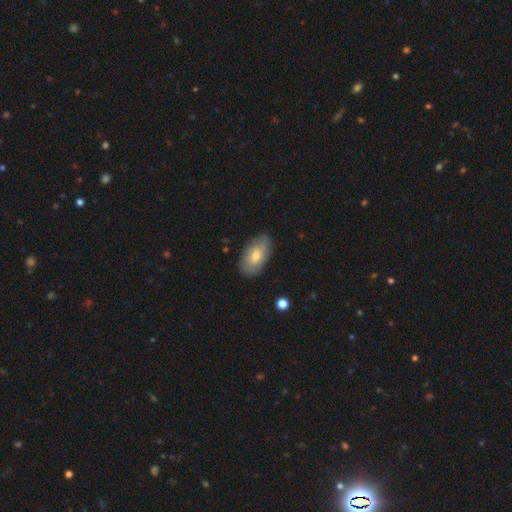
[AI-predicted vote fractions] Smooth or featured: smooth — 61% (featured or disk — 32%)
How rounded: in between — 93% (round — 4%)
Merging: none — 79% (minor disturbance — 17%)